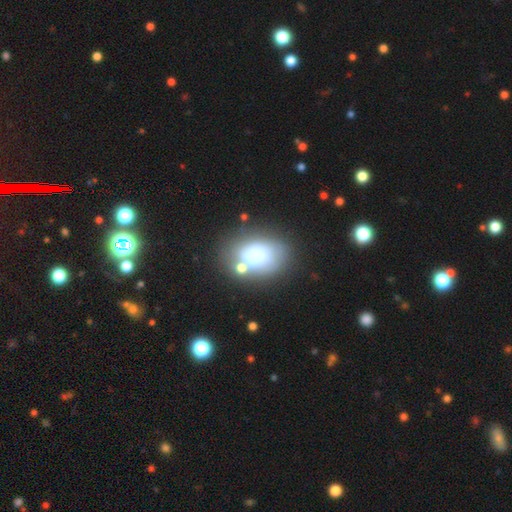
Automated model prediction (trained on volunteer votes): Smooth or featured: smooth — 66% (featured or disk — 21%)
How rounded: in between — 73% (round — 26%)
Merging: none — 53% (minor disturbance — 20%)